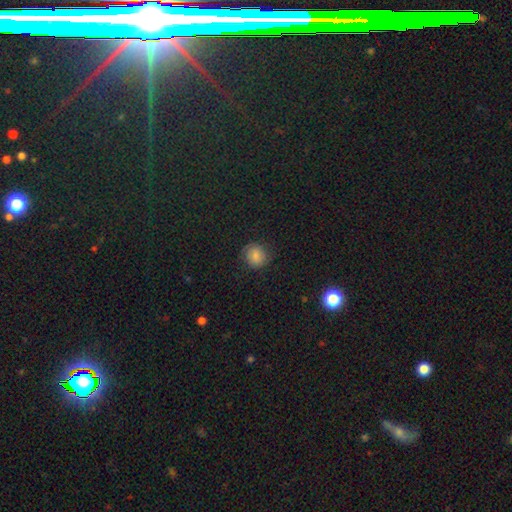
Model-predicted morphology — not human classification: Smooth or featured? smooth (77%)
How rounded? round (86%)
Merging? none (80%)